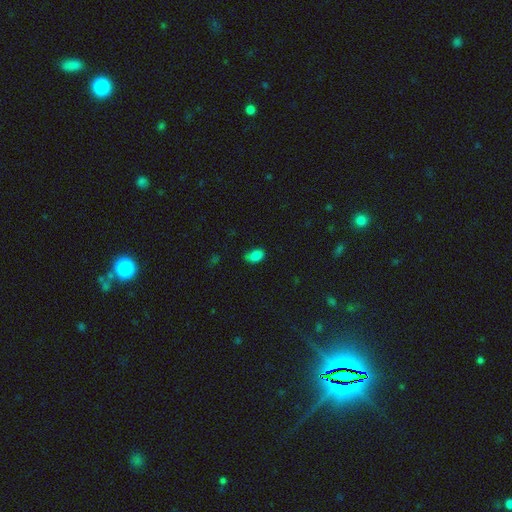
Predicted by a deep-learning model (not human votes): Overall: smooth (84%). How rounded: in between (86%). Merging: none (60%; minor disturbance 32%).